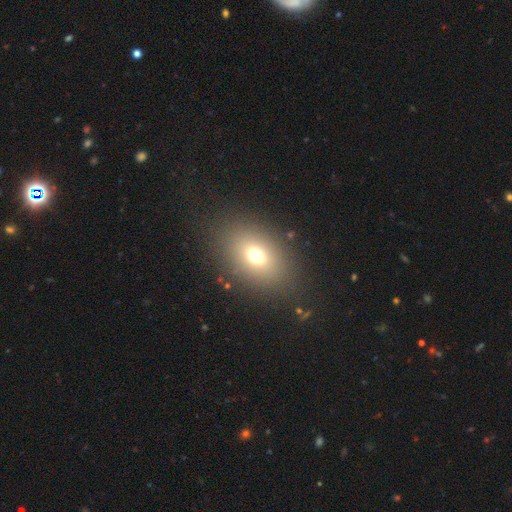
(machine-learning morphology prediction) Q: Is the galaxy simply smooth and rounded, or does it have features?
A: smooth — 70%.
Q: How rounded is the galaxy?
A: in between — 71%.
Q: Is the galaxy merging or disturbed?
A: none — 85%.